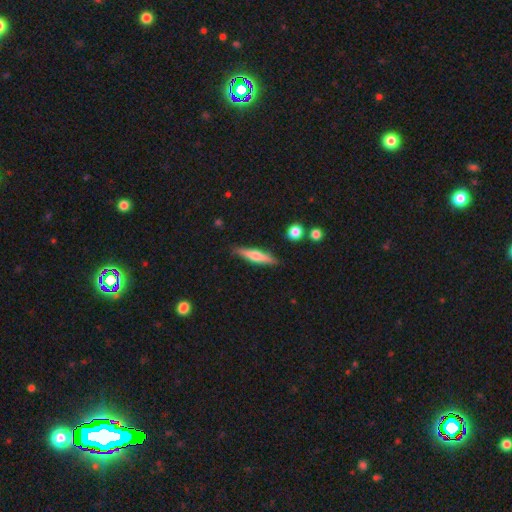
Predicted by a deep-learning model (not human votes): smooth_or_featured: featured or disk (p=0.47) [tied with: smooth p=0.47]
merging: none (p=0.86) [alt: minor disturbance p=0.10]